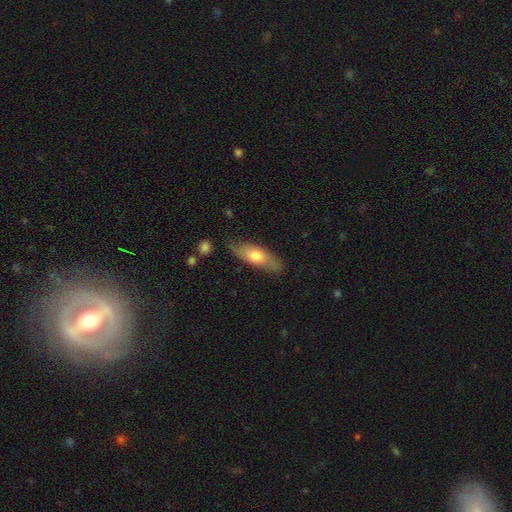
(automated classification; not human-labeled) Smooth or featured? smooth (62%)
How rounded? in between (57%)
Merging? none (78%)